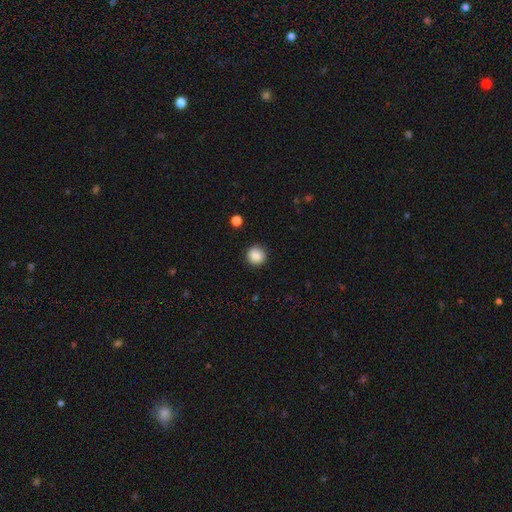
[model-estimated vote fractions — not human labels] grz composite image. It shows a smooth galaxy with no disk features (88%) that is round (92%). Merging: none (90%).